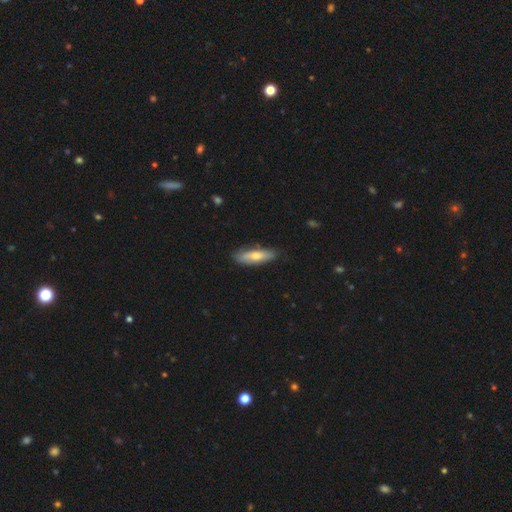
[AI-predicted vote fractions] This is likely a smooth galaxy (62%). How rounded: possibly cigar-shaped (59%). Merging: clearly none (83%).